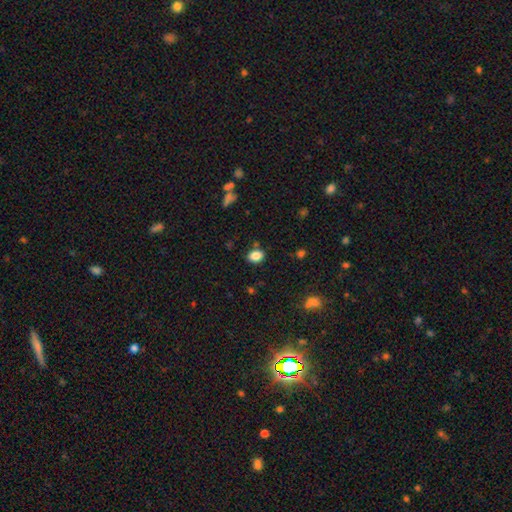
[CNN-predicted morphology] Smooth or featured? smooth (85%)
How rounded? in between (70%)
Merging? none (81%)